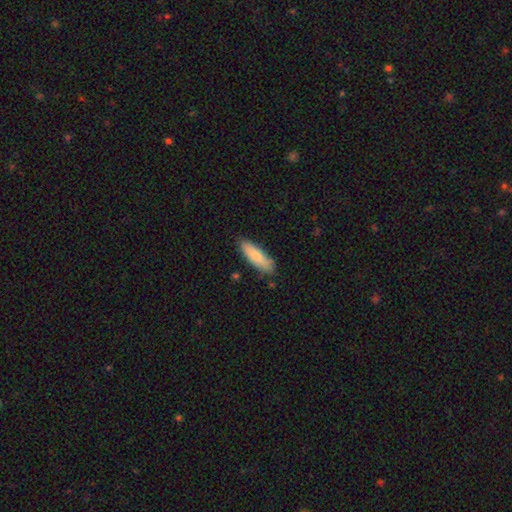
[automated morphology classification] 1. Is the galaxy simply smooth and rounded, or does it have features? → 81% smooth, 13% featured or disk, 5% star or artifact.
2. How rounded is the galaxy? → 53% cigar-shaped, 46% in between, 2% round.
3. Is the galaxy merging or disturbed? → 81% none, 15% minor disturbance, 3% major disturbance, 2% merger.